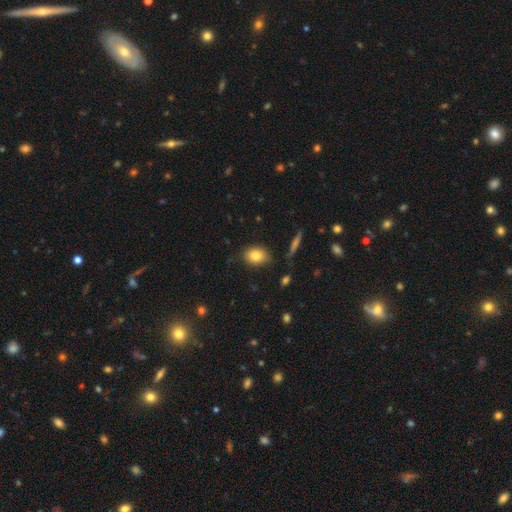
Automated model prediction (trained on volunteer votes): Smooth or featured? smooth (82%)
How rounded? in between (70%)
Merging? none (81%)